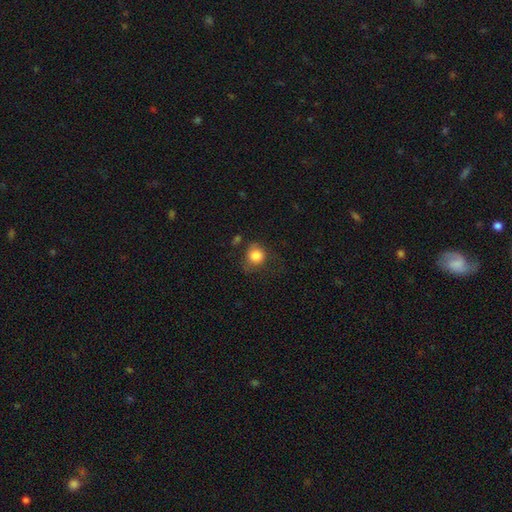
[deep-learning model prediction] Q: Smooth or featured?
A: smooth (83%); runner-up: star or artifact (9%)
Q: How rounded?
A: round (82%); runner-up: in between (17%)
Q: Merging?
A: none (57%); runner-up: minor disturbance (25%)